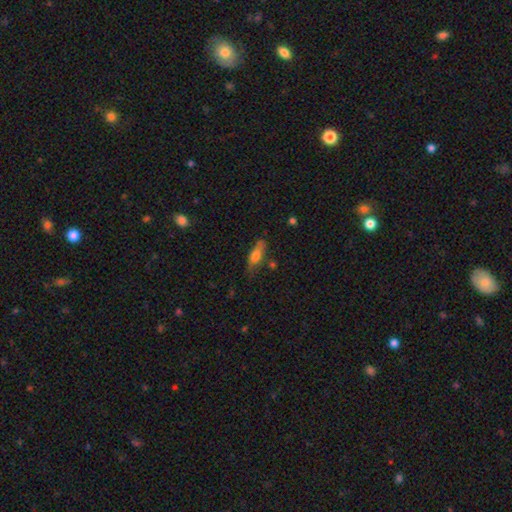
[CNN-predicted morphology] Overall: smooth (65%; featured or disk 27%). How rounded: in between (61%; cigar-shaped 36%). Merging: none (63%; minor disturbance 25%).